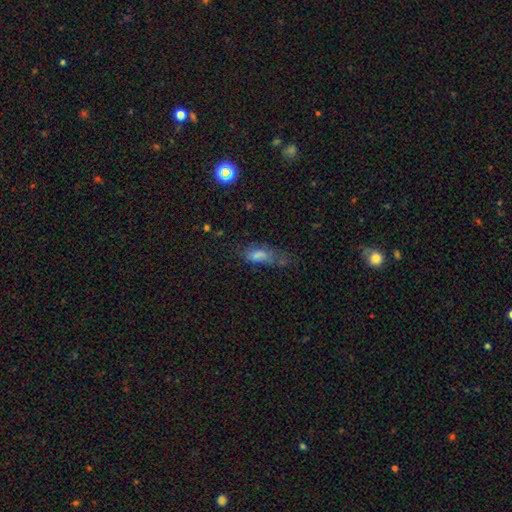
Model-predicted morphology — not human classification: smooth-or-featured: smooth: 51% | featured or disk: 25% | star or artifact: 24%
  how-rounded: in between: 58% | cigar-shaped: 34% | round: 8%
  merging: none: 43% | minor disturbance: 26% | major disturbance: 25% | merger: 6%